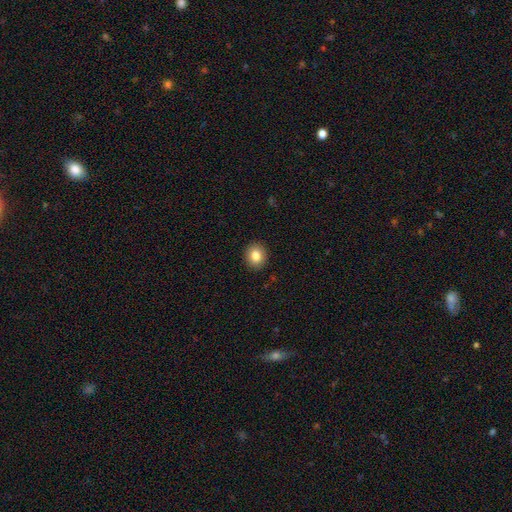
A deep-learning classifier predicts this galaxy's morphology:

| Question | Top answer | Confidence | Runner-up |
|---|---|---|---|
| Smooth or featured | smooth | 83% | star or artifact (9%) |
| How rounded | round | 74% | in between (25%) |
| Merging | none | 91% | minor disturbance (6%) |